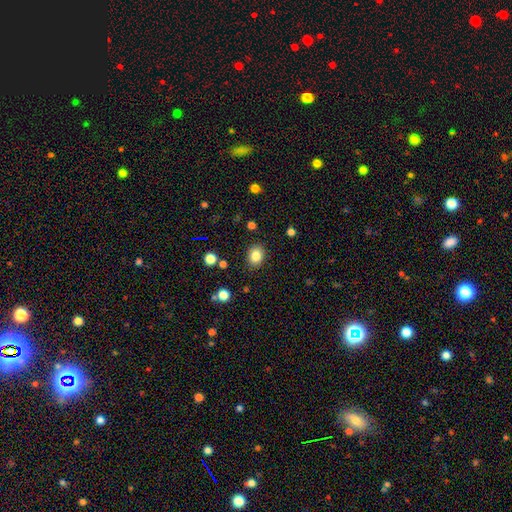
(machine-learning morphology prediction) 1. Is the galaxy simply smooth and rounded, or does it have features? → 84% smooth, 10% star or artifact, 6% featured or disk.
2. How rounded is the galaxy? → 57% in between, 43% round, 1% cigar-shaped.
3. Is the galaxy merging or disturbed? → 87% none, 9% minor disturbance, 2% major disturbance, 2% merger.